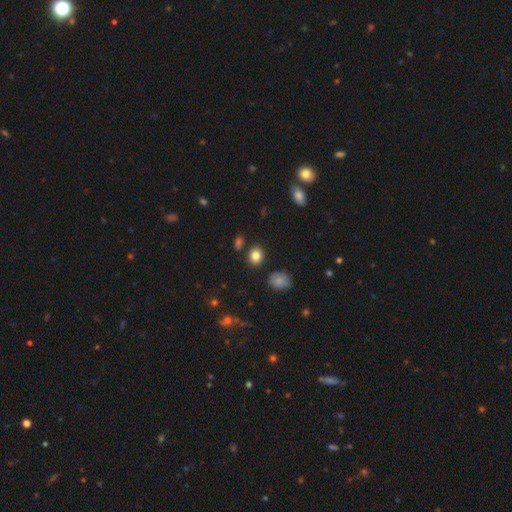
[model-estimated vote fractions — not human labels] Overall: smooth (83%). How rounded: round (54%; in between 45%). Merging: none (84%).